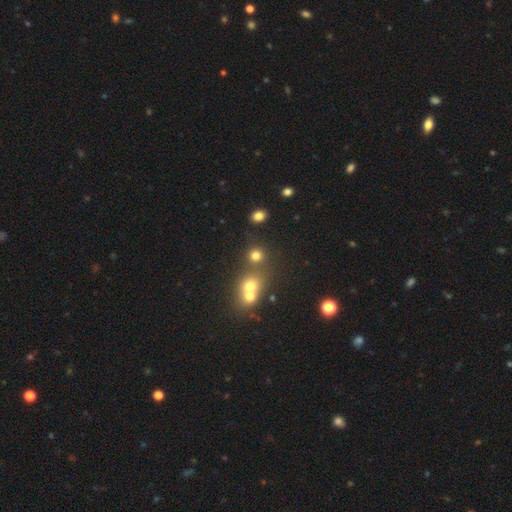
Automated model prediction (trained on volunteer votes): Smooth or featured?
  - smooth: 74% *
  - star or artifact: 17%
  - featured or disk: 9%
How rounded?
  - round: 86% *
  - in between: 13%
  - cigar-shaped: 1%
Merging?
  - none: 62% *
  - merger: 26%
  - minor disturbance: 8%
  - major disturbance: 4%